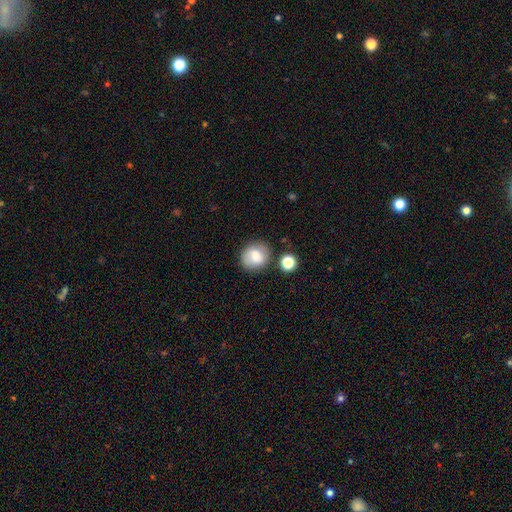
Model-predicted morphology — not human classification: A smooth galaxy with no disk features (70%) that is round (77%). Merging: none (74%).